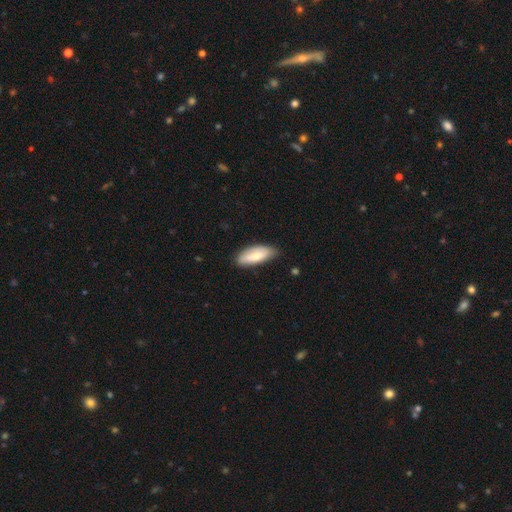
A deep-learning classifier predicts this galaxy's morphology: This is likely a smooth galaxy (72%). How rounded: likely in between (77%). Merging: likely none (78%).